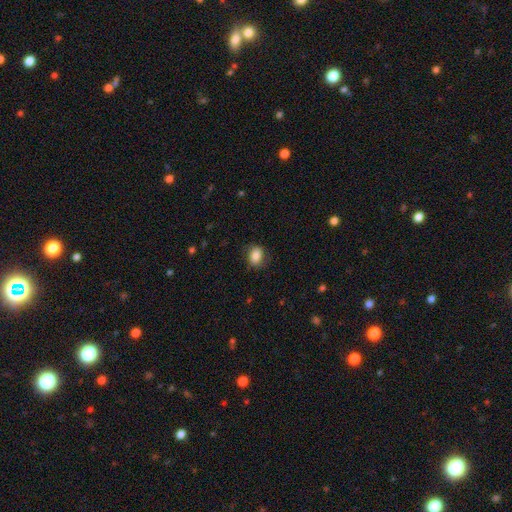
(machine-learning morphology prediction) This appears to be a smooth galaxy with no disk features (82%) that is in between round and cigar-shaped (59%). Merging: none (76%).